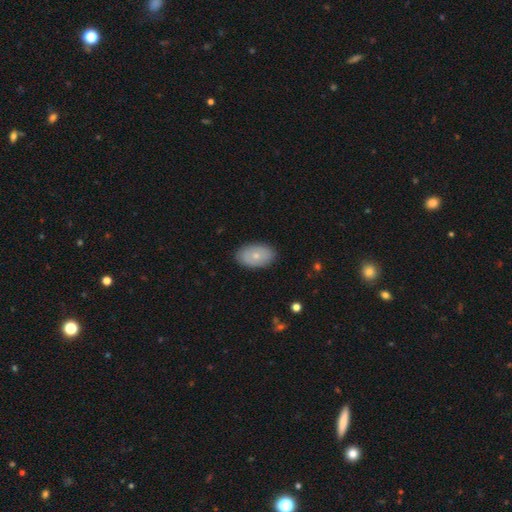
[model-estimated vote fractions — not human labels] Smooth or featured?
  - smooth: 66% *
  - featured or disk: 27%
  - star or artifact: 7%
How rounded?
  - in between: 91% *
  - round: 8%
  - cigar-shaped: 1%
Merging?
  - none: 87% *
  - minor disturbance: 10%
  - major disturbance: 2%
  - merger: 1%